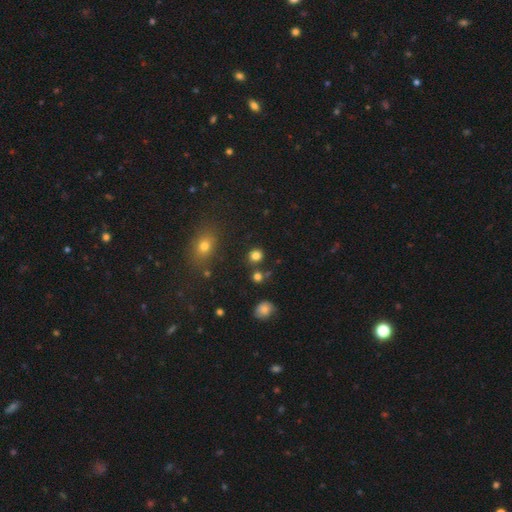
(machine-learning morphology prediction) smooth 81%, star or artifact 14%, featured or disk 5%. Down the decision tree: how rounded — round (84%); merging — none (82%).